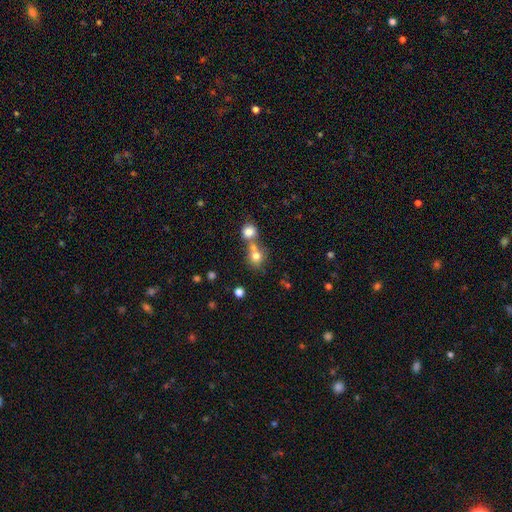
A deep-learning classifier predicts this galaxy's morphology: A smooth galaxy with no disk features (76%) that is round (79%). Merging: merger (46%).